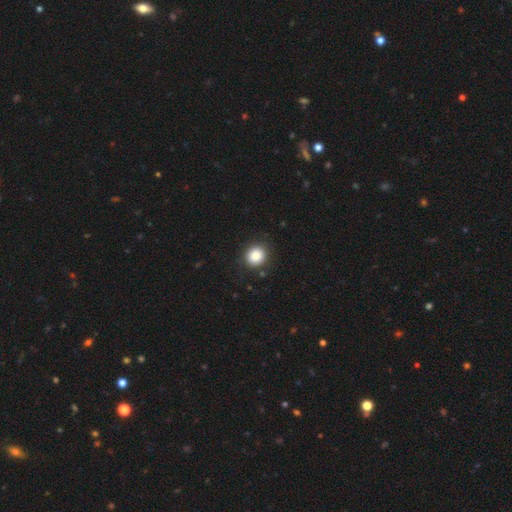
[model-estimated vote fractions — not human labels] Overall: smooth (86%). How rounded: round (83%). Merging: none (88%).